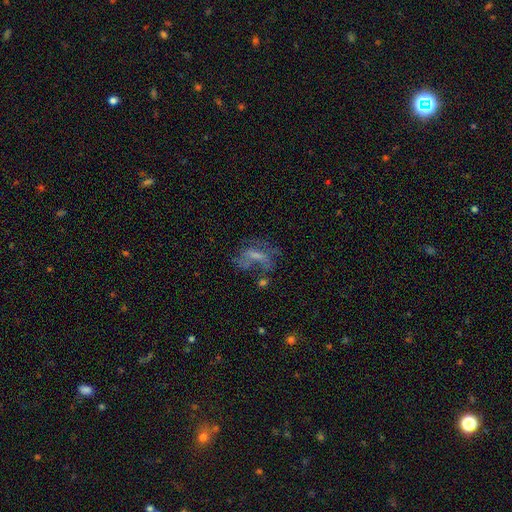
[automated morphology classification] smooth_or_featured: featured or disk (p=0.52) [alt: smooth p=0.25]
disk_edge_on: no (p=0.92) [alt: yes p=0.08]
merging: none (p=0.37) [alt: major disturbance p=0.34]